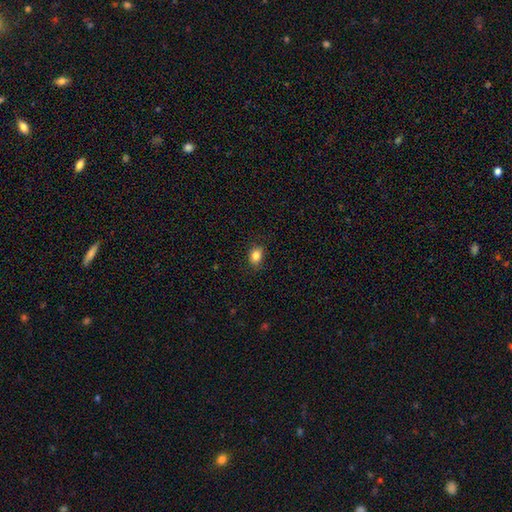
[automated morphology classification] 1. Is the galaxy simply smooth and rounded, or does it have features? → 84% smooth, 10% star or artifact, 6% featured or disk.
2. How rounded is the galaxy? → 62% in between, 37% round, 1% cigar-shaped.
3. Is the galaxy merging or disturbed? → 85% none, 11% minor disturbance, 3% major disturbance, 1% merger.